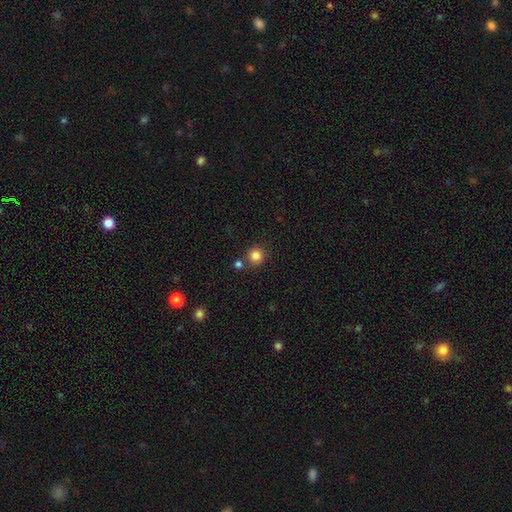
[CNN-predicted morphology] This is clearly a smooth galaxy (84%). How rounded: clearly round (92%). Merging: likely none (78%).